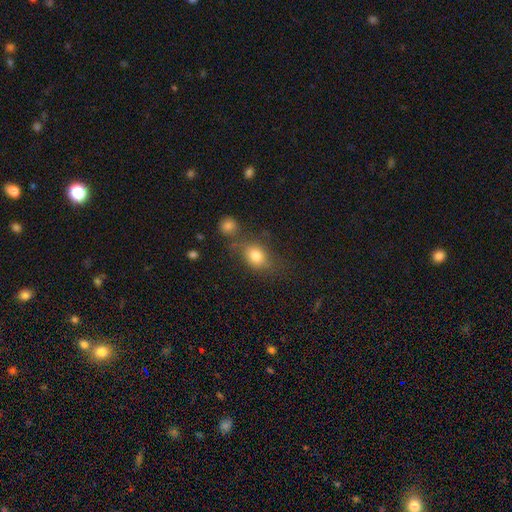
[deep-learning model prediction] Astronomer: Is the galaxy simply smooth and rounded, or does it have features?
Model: smooth — 77%.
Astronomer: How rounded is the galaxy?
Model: in between — 59% (runner-up: round, 39%).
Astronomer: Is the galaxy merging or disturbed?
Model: none — 55%.